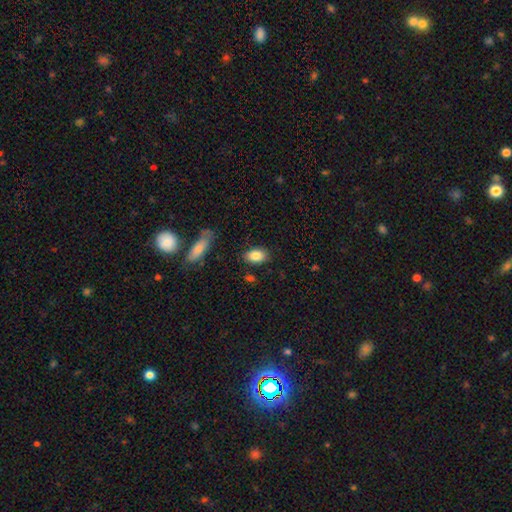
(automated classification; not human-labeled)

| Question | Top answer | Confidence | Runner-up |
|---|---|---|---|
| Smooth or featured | smooth | 86% | star or artifact (7%) |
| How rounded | in between | 88% | round (10%) |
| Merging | none | 83% | minor disturbance (11%) |